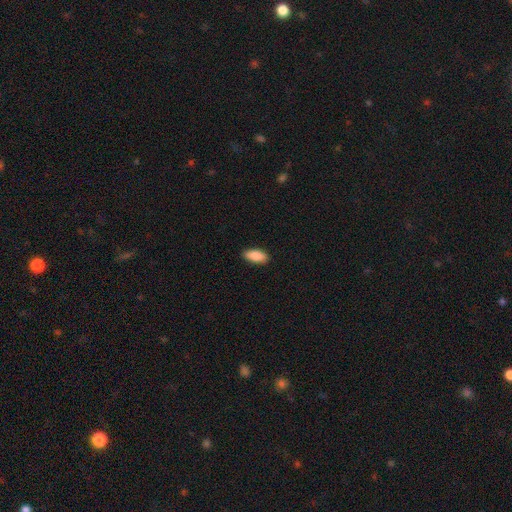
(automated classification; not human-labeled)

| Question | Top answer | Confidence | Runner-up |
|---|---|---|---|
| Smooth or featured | smooth | 88% | star or artifact (6%) |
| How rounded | in between | 88% | cigar-shaped (10%) |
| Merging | none | 90% | minor disturbance (8%) |